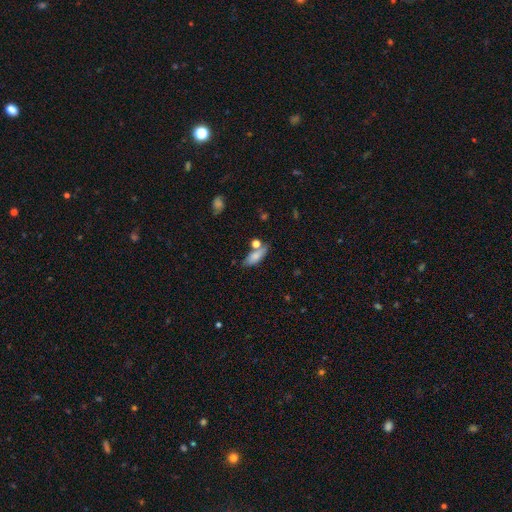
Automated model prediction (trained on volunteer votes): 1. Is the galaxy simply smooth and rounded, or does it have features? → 75% smooth, 16% featured or disk, 8% star or artifact.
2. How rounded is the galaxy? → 70% in between, 26% cigar-shaped, 4% round.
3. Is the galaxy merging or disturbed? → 59% none, 18% minor disturbance, 17% merger, 6% major disturbance.